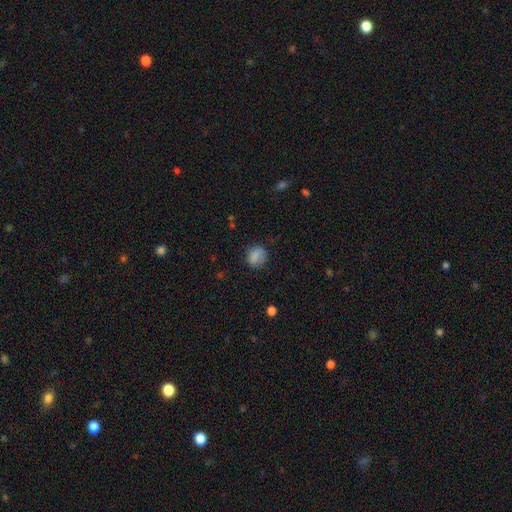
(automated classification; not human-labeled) Overall: smooth (83%). How rounded: round (70%). Merging: none (74%).